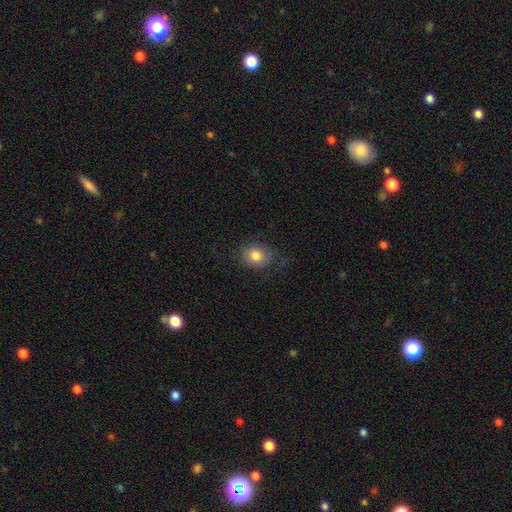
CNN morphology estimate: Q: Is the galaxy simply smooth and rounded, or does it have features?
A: smooth — 80%.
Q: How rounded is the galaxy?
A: round — 55%.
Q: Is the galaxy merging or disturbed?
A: none — 72%.